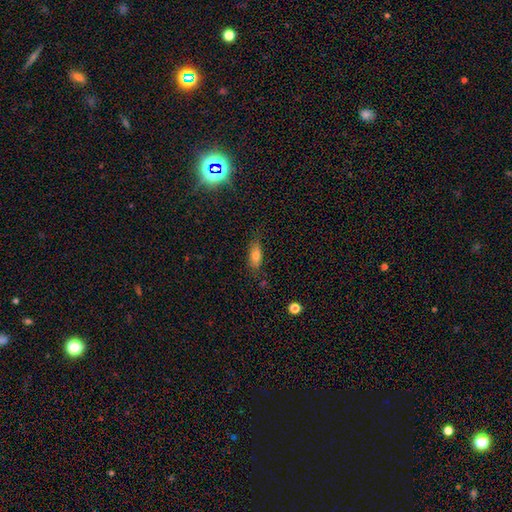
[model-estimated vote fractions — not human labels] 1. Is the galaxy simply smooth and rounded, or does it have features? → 76% smooth, 14% featured or disk, 10% star or artifact.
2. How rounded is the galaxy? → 81% in between, 14% cigar-shaped, 5% round.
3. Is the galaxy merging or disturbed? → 74% none, 19% minor disturbance, 5% major disturbance, 2% merger.